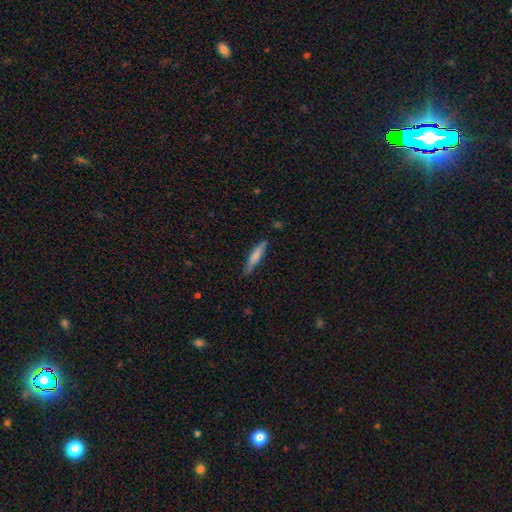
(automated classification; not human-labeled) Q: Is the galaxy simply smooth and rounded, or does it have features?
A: smooth — 64%.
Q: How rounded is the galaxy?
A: cigar-shaped — 87%.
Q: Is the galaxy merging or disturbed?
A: none — 80%.